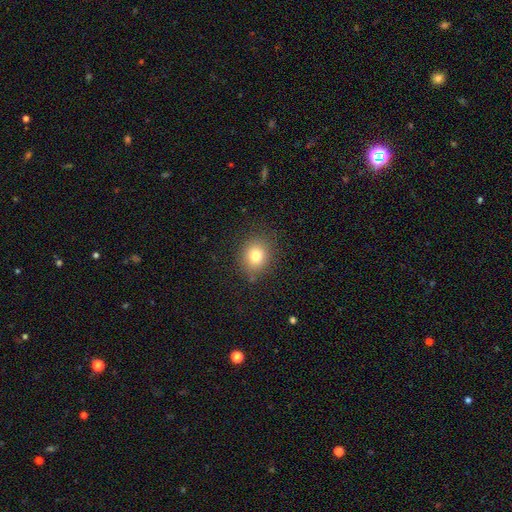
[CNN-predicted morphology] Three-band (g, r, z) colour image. It shows a smooth galaxy with no disk features (79%) that is round (68%). Merging: none (85%).